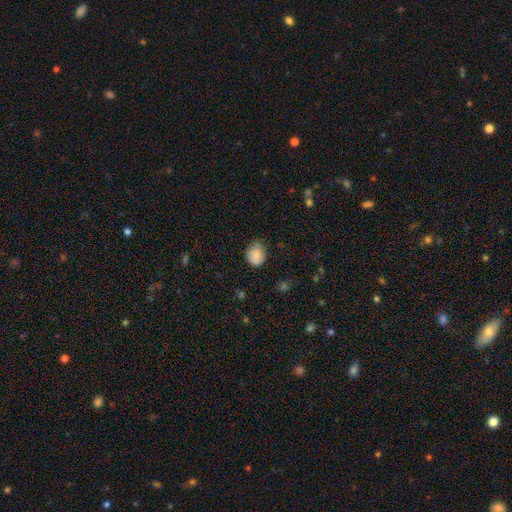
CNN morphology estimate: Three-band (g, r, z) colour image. It shows a smooth galaxy with no disk features (85%) that is round (55%). Merging: none (60%).